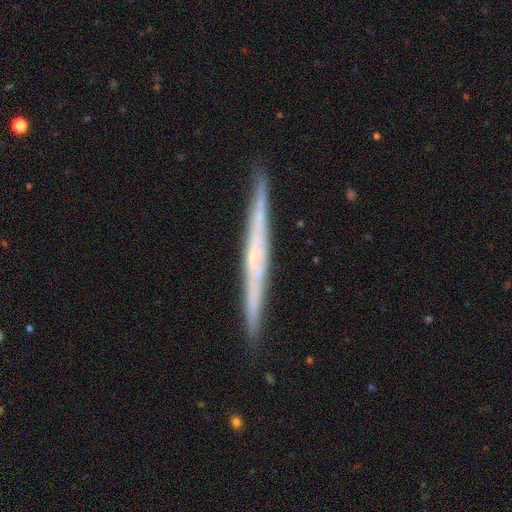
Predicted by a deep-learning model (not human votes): smooth-or-featured: featured or disk: 67% | smooth: 27% | star or artifact: 6%
  disk-edge-on: yes: 97% | no: 3%
    edge-on-bulge: none: 71% | rounded: 23% | boxy: 6%
  merging: none: 91% | minor disturbance: 7% | major disturbance: 1% | merger: 1%